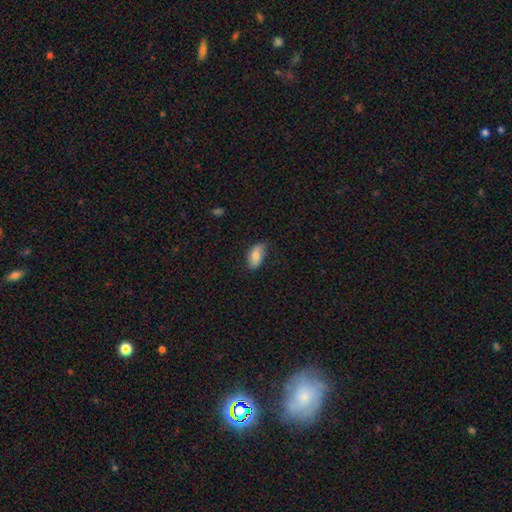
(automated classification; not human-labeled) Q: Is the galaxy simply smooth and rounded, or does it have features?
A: smooth — 77%.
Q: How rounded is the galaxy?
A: in between — 92%.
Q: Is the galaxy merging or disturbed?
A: none — 73%.